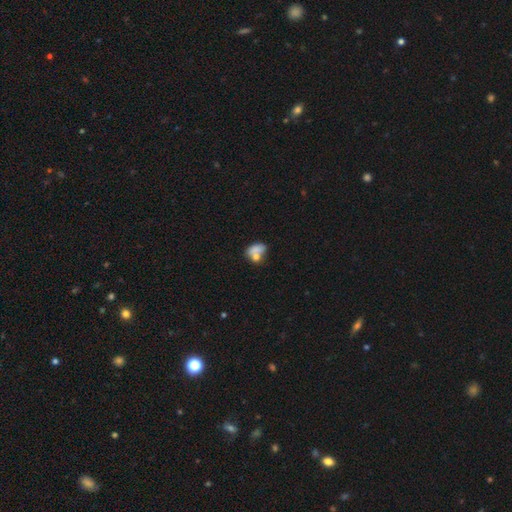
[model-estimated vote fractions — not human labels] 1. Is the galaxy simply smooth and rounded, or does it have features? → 71% smooth, 19% featured or disk, 10% star or artifact.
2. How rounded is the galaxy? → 71% in between, 26% round, 2% cigar-shaped.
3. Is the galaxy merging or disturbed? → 48% merger, 28% none, 14% minor disturbance, 9% major disturbance.